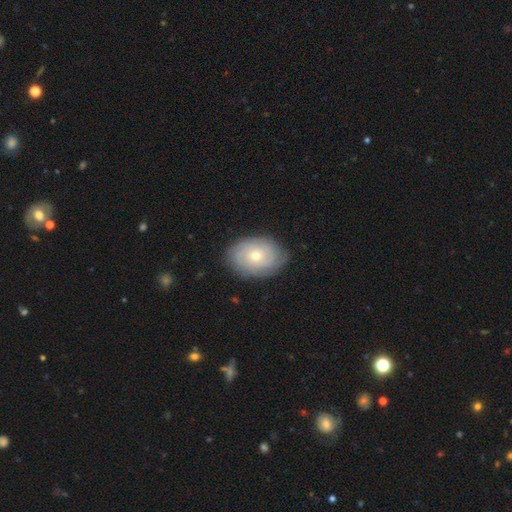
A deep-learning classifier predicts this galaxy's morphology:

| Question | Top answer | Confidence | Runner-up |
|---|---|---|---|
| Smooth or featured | featured or disk | 67% | smooth (26%) |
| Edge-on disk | no | 96% | yes (4%) |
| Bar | no | 82% | weak (15%) |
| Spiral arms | yes | 86% | no (14%) |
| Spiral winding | tight | 78% | medium (18%) |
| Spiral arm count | can't tell | 48% | 2 (17%) |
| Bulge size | small | 49% | moderate (48%) |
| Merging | none | 83% | minor disturbance (13%) |